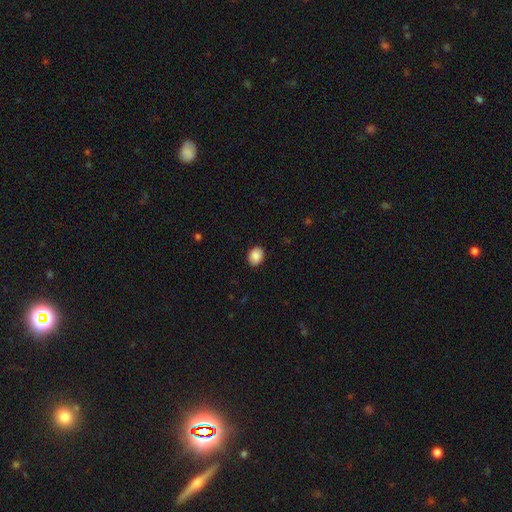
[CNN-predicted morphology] Smooth or featured: smooth — 89% (star or artifact — 8%)
How rounded: in between — 55% (round — 45%)
Merging: none — 89% (minor disturbance — 8%)